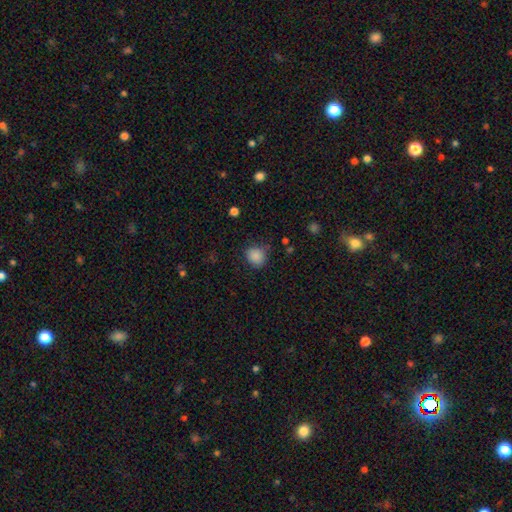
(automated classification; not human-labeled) smooth 86%, star or artifact 10%, featured or disk 4%. Down the decision tree: how rounded — round (79%); merging — none (79%).